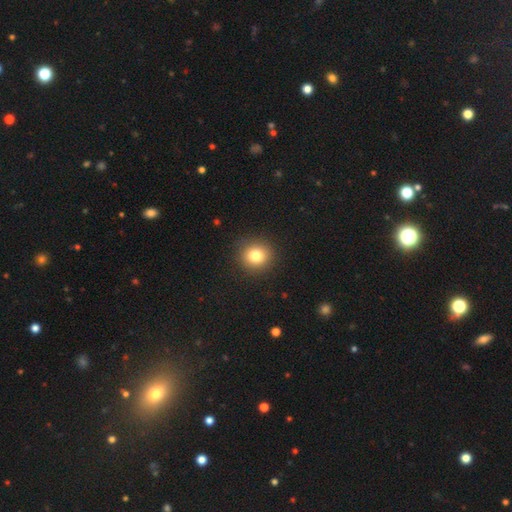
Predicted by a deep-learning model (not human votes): smooth_or_featured: smooth (p=0.80) [alt: star or artifact p=0.12]
how_rounded: round (p=0.90) [alt: in between p=0.10]
merging: none (p=0.91) [alt: minor disturbance p=0.06]